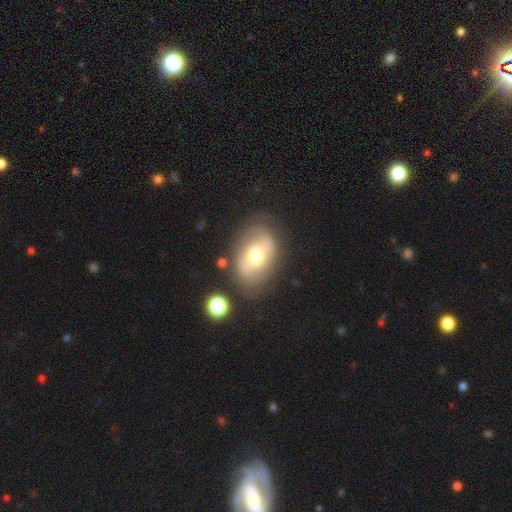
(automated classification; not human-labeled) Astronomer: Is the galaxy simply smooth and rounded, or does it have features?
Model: featured or disk — 49% (runner-up: smooth, 42%).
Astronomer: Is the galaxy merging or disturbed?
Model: none — 74%.